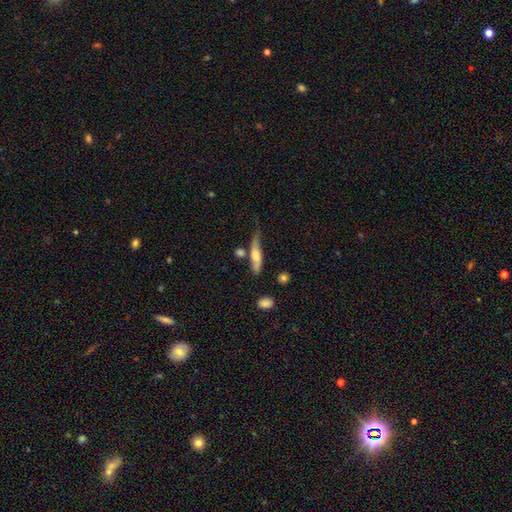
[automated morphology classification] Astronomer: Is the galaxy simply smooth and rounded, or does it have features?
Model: smooth — 57% (runner-up: featured or disk, 37%).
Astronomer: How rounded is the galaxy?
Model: cigar-shaped — 73%.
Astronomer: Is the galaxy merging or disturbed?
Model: none — 47% (runner-up: minor disturbance, 29%).